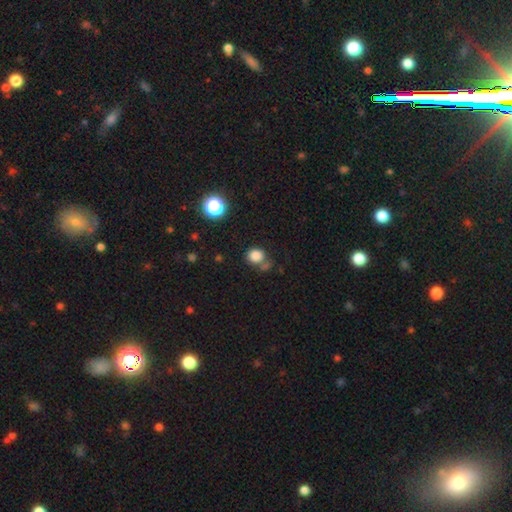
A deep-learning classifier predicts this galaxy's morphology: This appears to be a smooth galaxy with no disk features (82%) that is round (78%). Merging: none (60%).